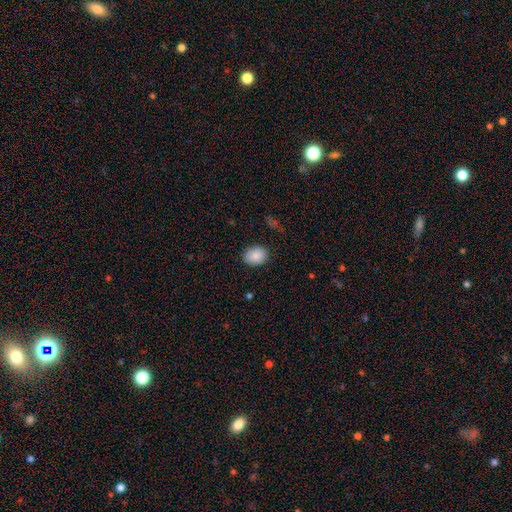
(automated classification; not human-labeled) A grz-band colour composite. It shows a smooth galaxy with no disk features (88%) that is in between round and cigar-shaped (60%). Merging: none (87%).